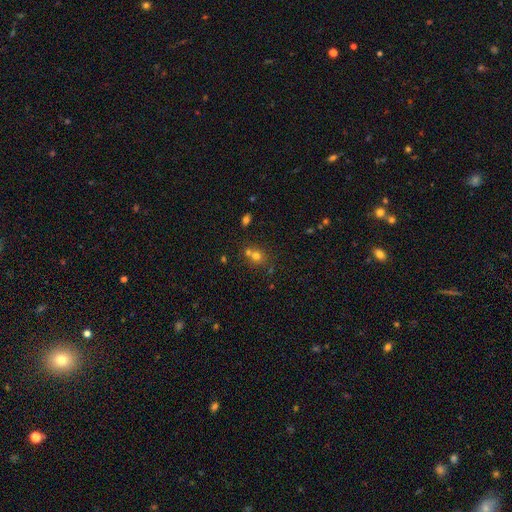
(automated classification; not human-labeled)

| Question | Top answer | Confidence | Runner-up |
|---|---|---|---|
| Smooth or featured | smooth | 68% | star or artifact (20%) |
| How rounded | round | 76% | in between (23%) |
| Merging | none | 52% | merger (36%) |